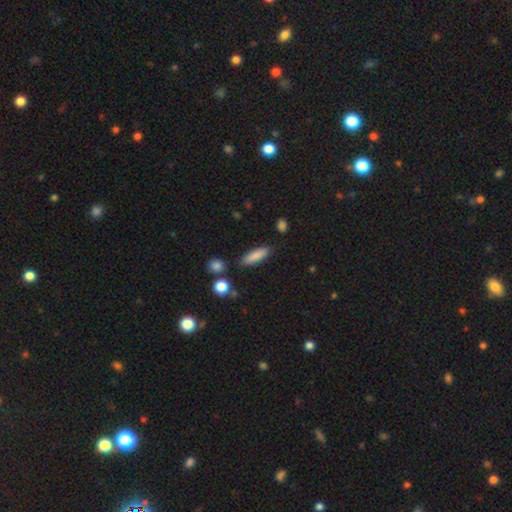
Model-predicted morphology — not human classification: smooth 85%, featured or disk 8%, star or artifact 7%. Down the decision tree: how rounded — cigar-shaped (55%); merging — none (84%).